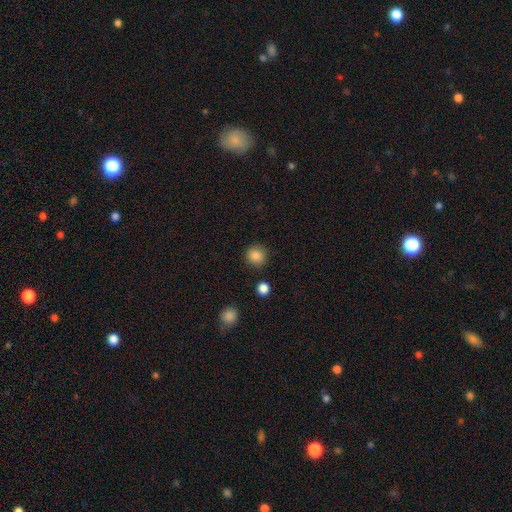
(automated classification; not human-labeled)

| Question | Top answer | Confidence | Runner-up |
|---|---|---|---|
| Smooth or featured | smooth | 86% | star or artifact (10%) |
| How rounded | round | 92% | in between (7%) |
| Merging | none | 89% | minor disturbance (7%) |